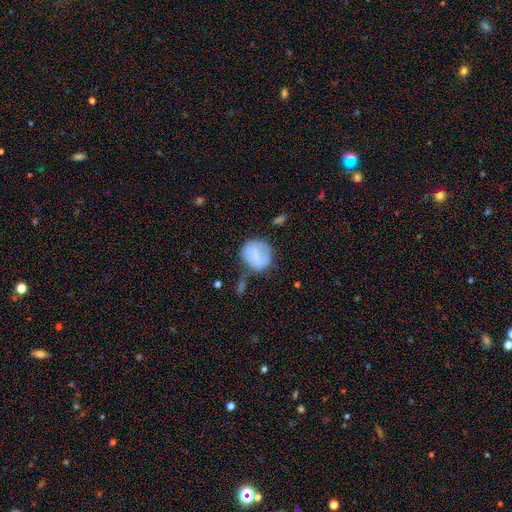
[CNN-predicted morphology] Smooth or featured: smooth — 69% (featured or disk — 24%)
How rounded: round — 80% (in between — 18%)
Merging: none — 51% (minor disturbance — 27%)